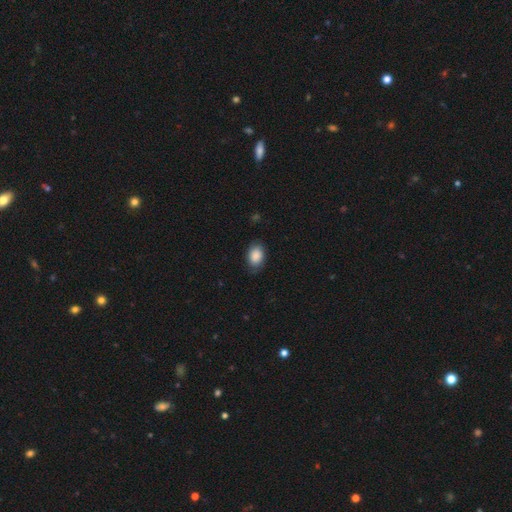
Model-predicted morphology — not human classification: Smooth or featured? Predicted: smooth (p=0.88). How rounded? Predicted: in between (p=0.84). Merging? Predicted: none (p=0.77).